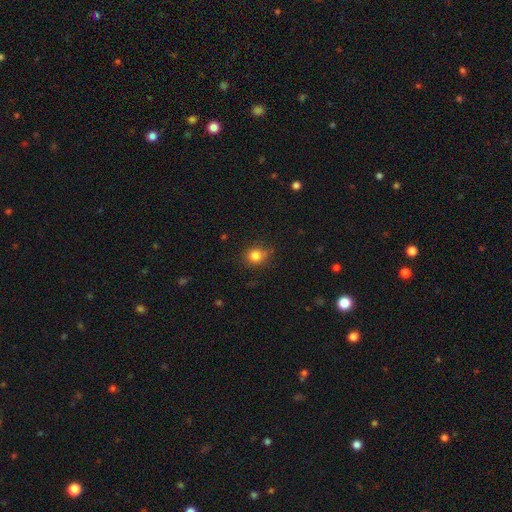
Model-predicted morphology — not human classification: Q: Smooth or featured?
A: smooth (83%); runner-up: star or artifact (12%)
Q: How rounded?
A: round (80%); runner-up: in between (20%)
Q: Merging?
A: none (78%); runner-up: minor disturbance (16%)